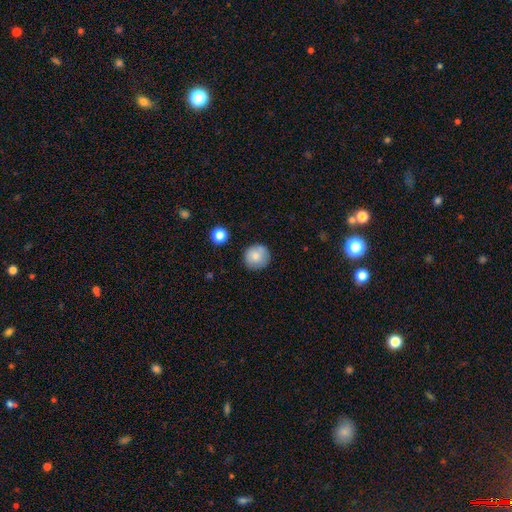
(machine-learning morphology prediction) Smooth or featured? Predicted: smooth (p=0.81). How rounded? Predicted: round (p=0.93). Merging? Predicted: none (p=0.83).